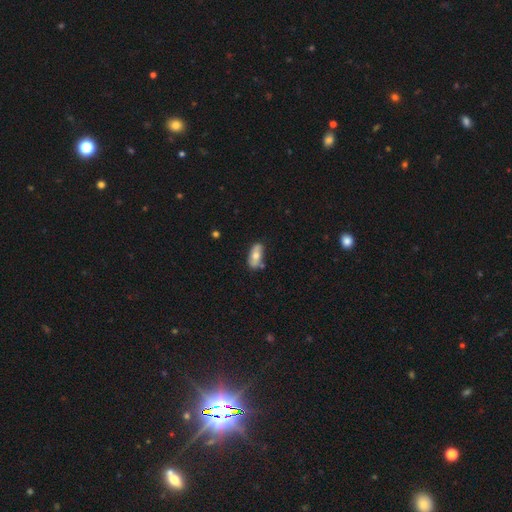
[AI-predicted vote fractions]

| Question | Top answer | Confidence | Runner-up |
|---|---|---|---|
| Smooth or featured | smooth | 63% | featured or disk (30%) |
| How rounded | in between | 87% | cigar-shaped (10%) |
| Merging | none | 72% | minor disturbance (19%) |